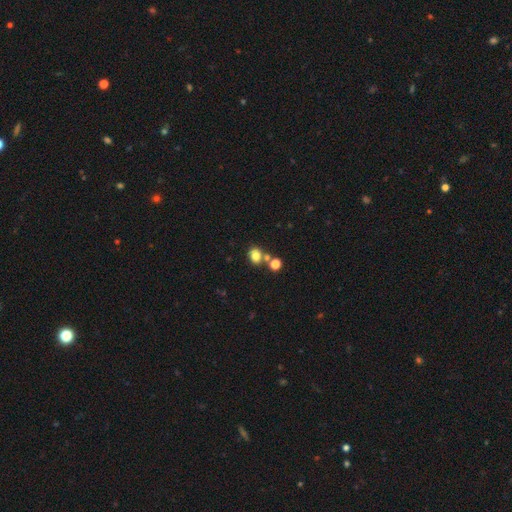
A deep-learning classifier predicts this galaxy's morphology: smooth-or-featured: smooth: 79% | star or artifact: 14% | featured or disk: 8%
  how-rounded: round: 56% | in between: 43% | cigar-shaped: 1%
  merging: none: 63% | merger: 24% | minor disturbance: 10% | major disturbance: 4%